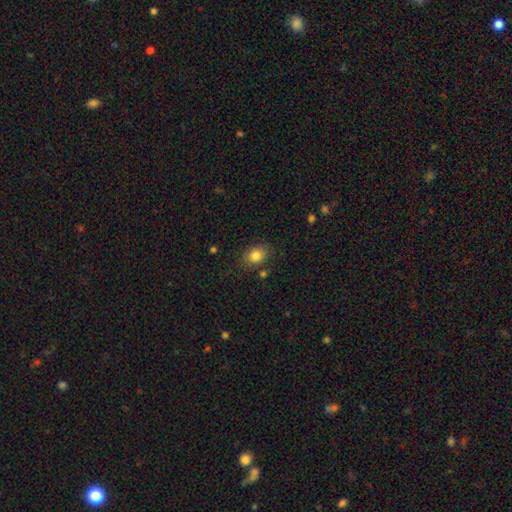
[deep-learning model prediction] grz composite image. It shows a smooth galaxy with no disk features (83%) that is in between round and cigar-shaped (60%). Merging: none (78%).